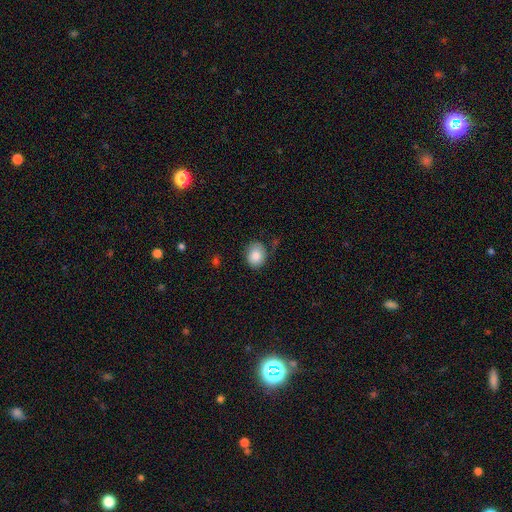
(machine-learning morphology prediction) This is clearly a smooth galaxy (85%). How rounded: possibly round (55%). Merging: likely none (74%).